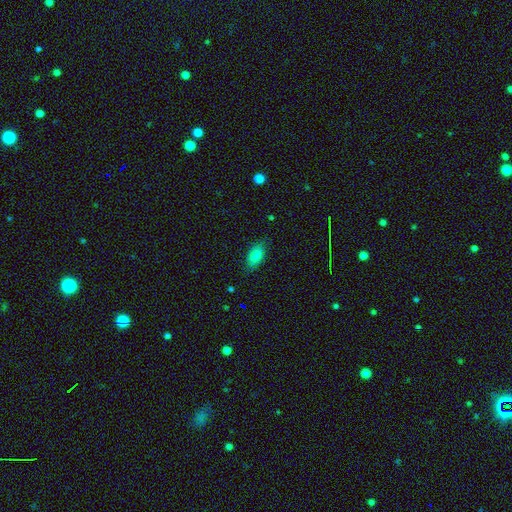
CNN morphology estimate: smooth_or_featured: smooth (p=0.83) [alt: star or artifact p=0.09]
how_rounded: in between (p=0.89) [alt: cigar-shaped p=0.06]
merging: none (p=0.81) [alt: minor disturbance p=0.15]